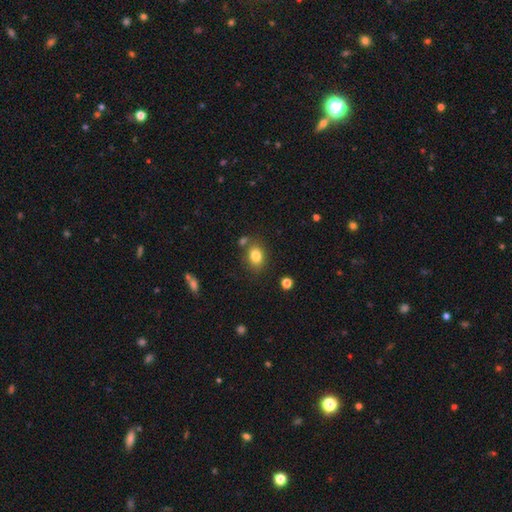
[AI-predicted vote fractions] This is clearly a smooth galaxy (82%). How rounded: likely in between (65%). Merging: likely none (72%).